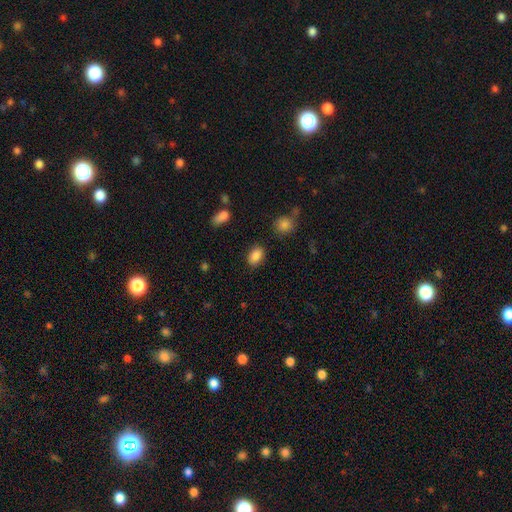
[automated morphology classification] The model was most divided on "how rounded": in between: 84%, round: 14%, cigar-shaped: 1%. More confident: smooth or featured — smooth (87%); merging — none (84%).